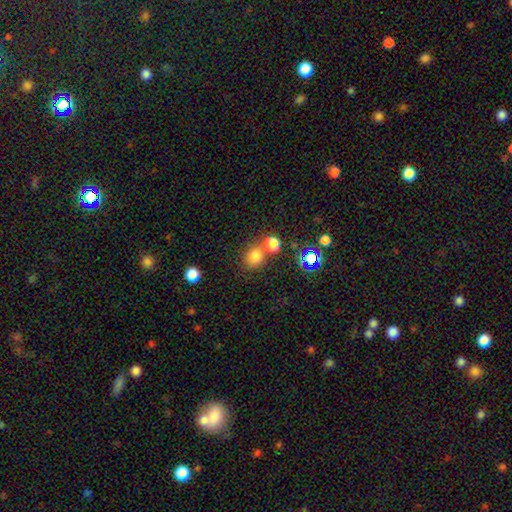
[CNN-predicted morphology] smooth 77%, star or artifact 16%, featured or disk 7%. Down the decision tree: how rounded — round (75%); merging — none (56%).